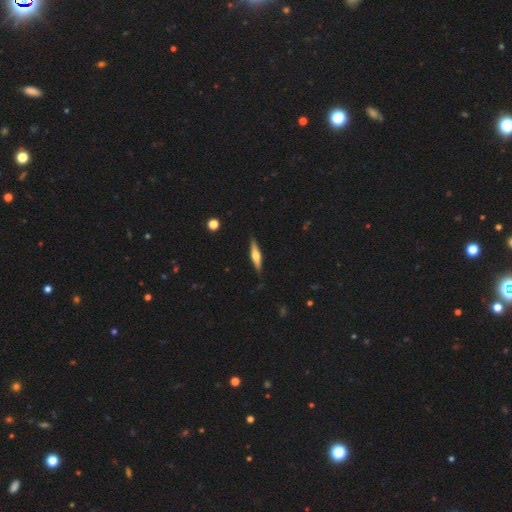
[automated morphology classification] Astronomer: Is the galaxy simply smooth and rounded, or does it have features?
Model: featured or disk — 59% (runner-up: smooth, 36%).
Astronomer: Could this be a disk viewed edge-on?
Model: yes — 95%.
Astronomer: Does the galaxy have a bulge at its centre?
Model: rounded — 87%.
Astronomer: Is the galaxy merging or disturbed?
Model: none — 87%.